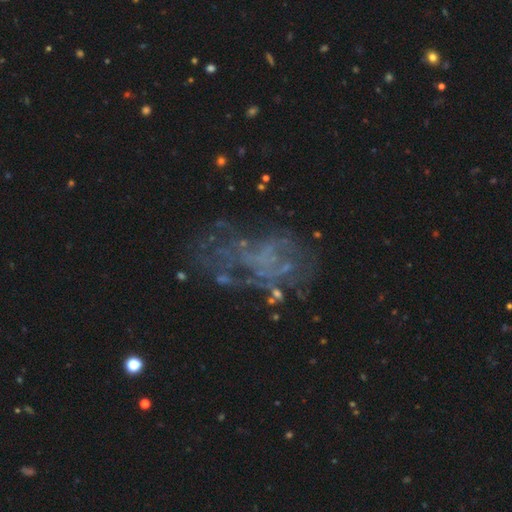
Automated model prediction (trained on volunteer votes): This is possibly a featured or disk galaxy (58%). It is clearly not viewed edge-on (97%). Bar: clearly no (89%). Spiral arm pattern: likely no (76%). Central bulge: clearly none (83%). Merging: marginally none (43%).